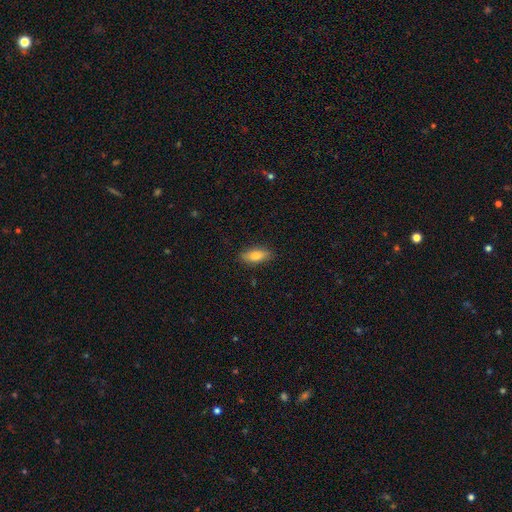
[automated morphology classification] The model was most divided on "how rounded": in between: 78%, cigar-shaped: 19%, round: 3%. More confident: merging — none (86%); smooth or featured — smooth (80%).